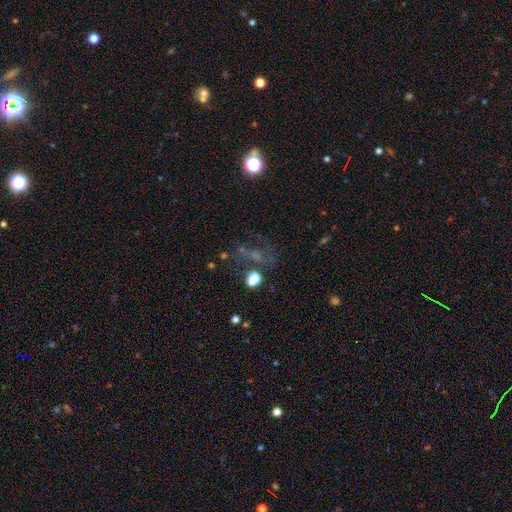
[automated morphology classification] Q: Smooth or featured?
A: star or artifact (45%); runner-up: featured or disk (33%)